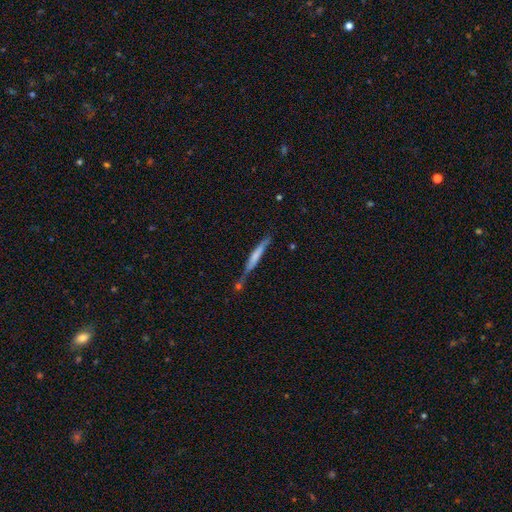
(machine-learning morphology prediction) Smooth or featured: smooth — 51% (featured or disk — 43%)
How rounded: cigar-shaped — 93% (in between — 5%)
Merging: none — 51% (minor disturbance — 25%)